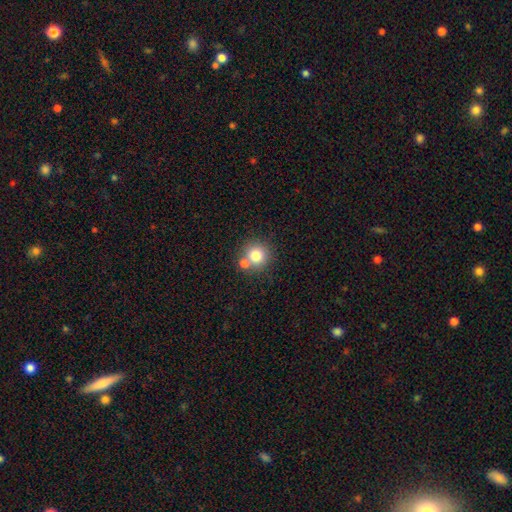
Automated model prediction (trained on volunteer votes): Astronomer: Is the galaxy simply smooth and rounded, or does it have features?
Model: smooth — 78%.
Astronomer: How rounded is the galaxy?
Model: round — 91%.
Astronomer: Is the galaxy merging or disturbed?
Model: none — 62%.